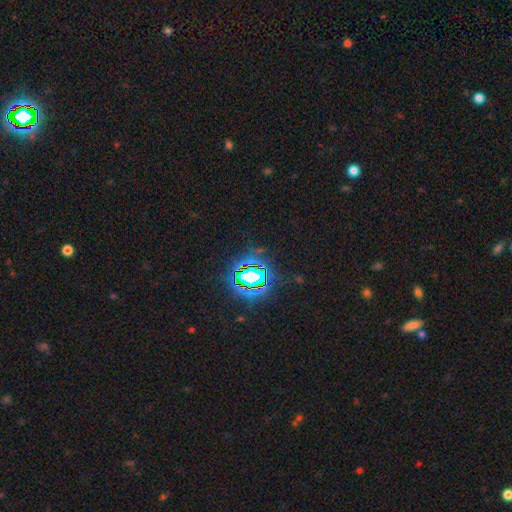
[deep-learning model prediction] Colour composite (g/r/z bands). It shows a star or artifact, not a galaxy (82%).